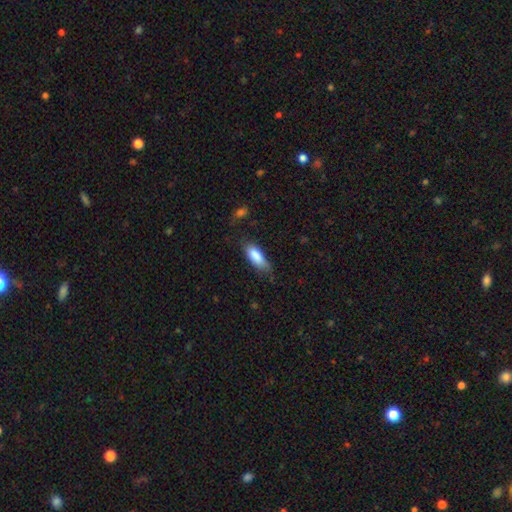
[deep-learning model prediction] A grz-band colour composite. It shows a smooth galaxy with no disk features (85%) that is in between round and cigar-shaped (72%). Merging: none (60%).